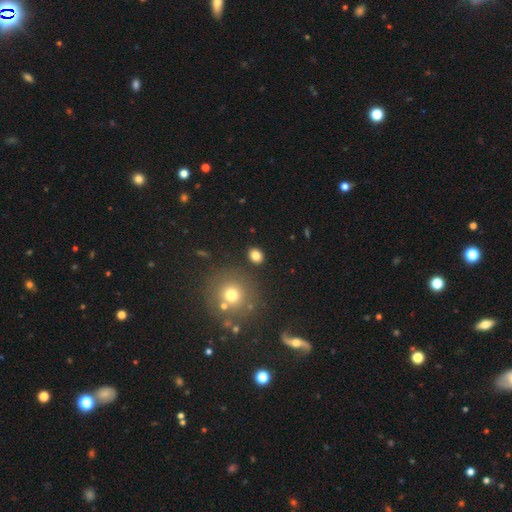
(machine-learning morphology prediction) This is clearly a smooth galaxy (80%). How rounded: possibly round (50%). Merging: clearly none (86%).